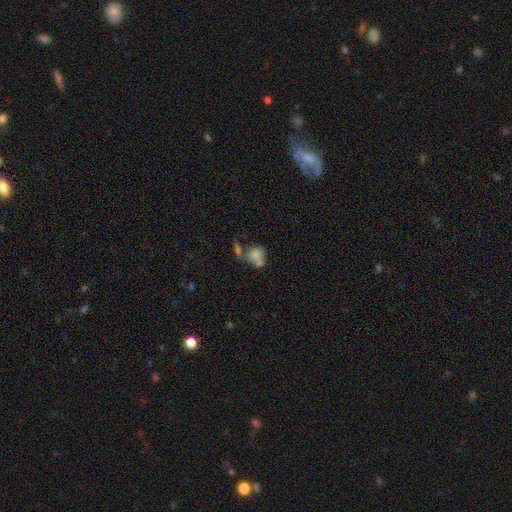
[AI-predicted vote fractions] Smooth or featured? Predicted: smooth (p=0.73). How rounded? Predicted: round (p=0.57). Merging? Predicted: merger (p=0.48).